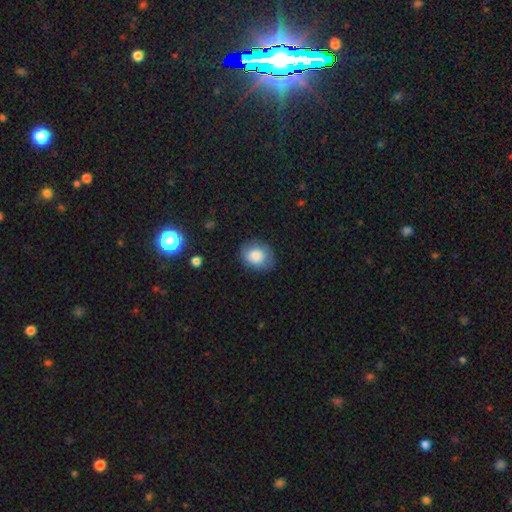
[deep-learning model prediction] A smooth galaxy with no disk features (82%) that is round (53%).

Vote fractions:
- Smooth or featured? smooth: 82% / featured or disk: 9% / star or artifact: 8%
- How rounded? round: 53% / in between: 46% / cigar-shaped: 1%
- Merging? none: 78% / minor disturbance: 17% / major disturbance: 4% / merger: 1%